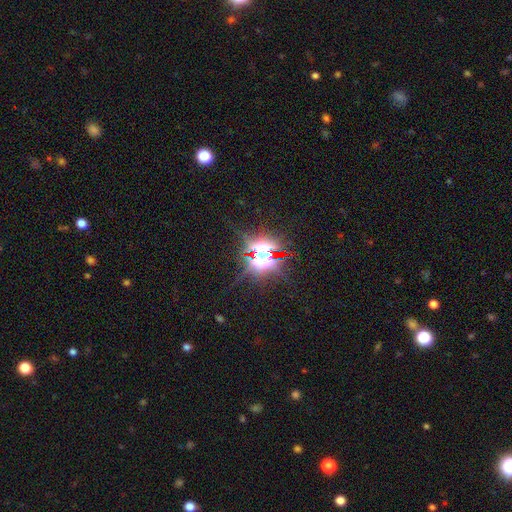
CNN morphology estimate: A star or artifact, not a galaxy (79%).

Vote fractions:
- Smooth or featured? star or artifact: 79% / smooth: 11% / featured or disk: 10%